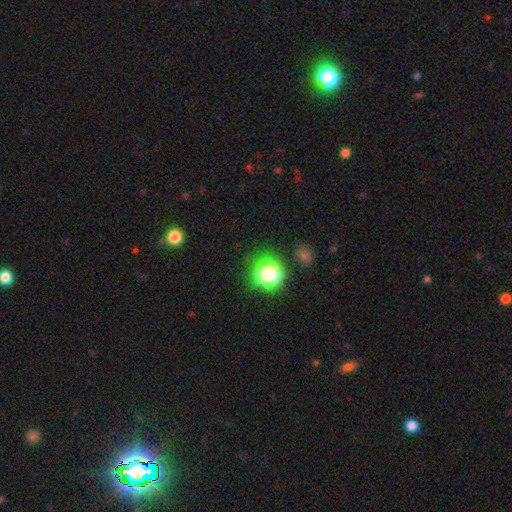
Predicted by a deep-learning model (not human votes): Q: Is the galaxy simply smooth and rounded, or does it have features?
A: star or artifact — 66%.